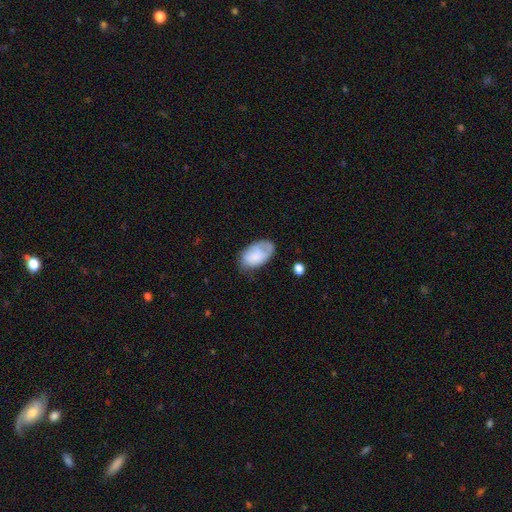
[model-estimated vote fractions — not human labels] smooth 73%, featured or disk 20%, star or artifact 7%. Down the decision tree: how rounded — in between (93%); merging — none (53%).